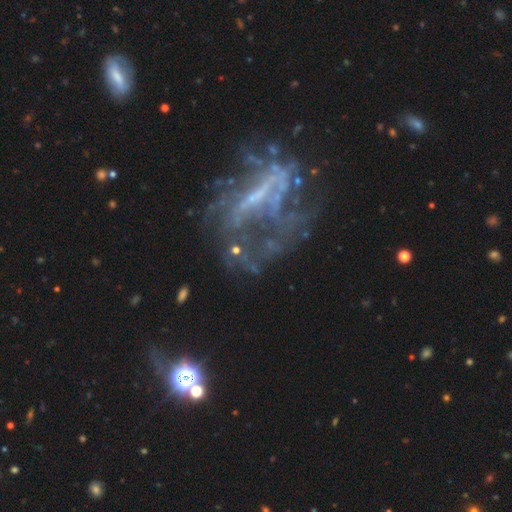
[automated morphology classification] smooth_or_featured: featured or disk (p=0.67) [alt: star or artifact p=0.22]
disk_edge_on: no (p=0.88) [alt: yes p=0.12]
bar: strong (p=0.37) [alt: no p=0.34]
has_spiral_arms: no (p=0.56) [alt: yes p=0.44]
bulge_size: none (p=0.43) [alt: small p=0.40]
merging: none (p=0.41) [alt: major disturbance p=0.35]